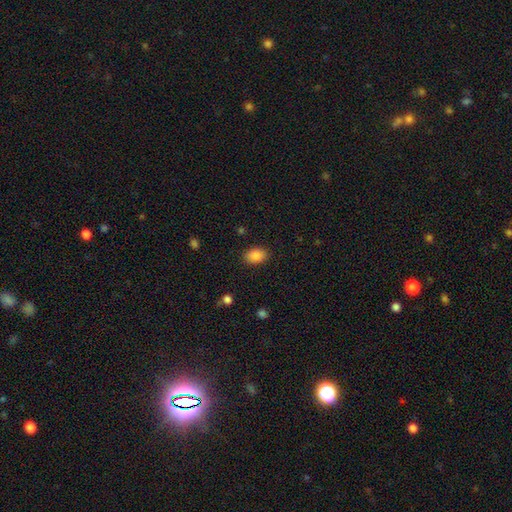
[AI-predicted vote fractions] Morphology: type=smooth (87%); roundness=in between (81%); merging=none (87%).